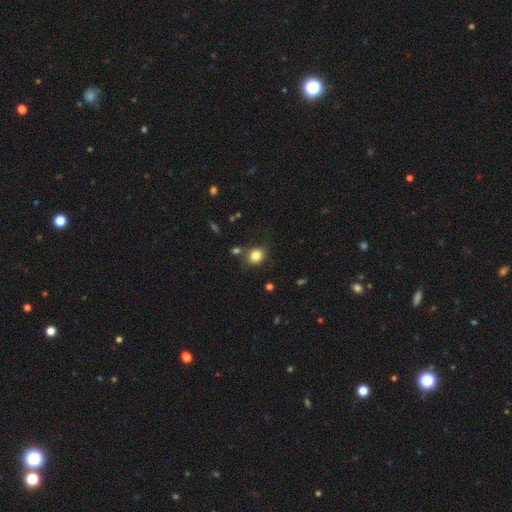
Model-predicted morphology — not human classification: This is clearly a smooth galaxy (82%). How rounded: likely round (70%). Merging: likely none (73%).